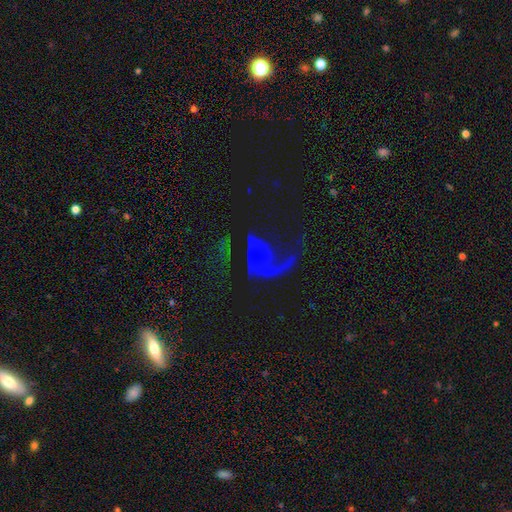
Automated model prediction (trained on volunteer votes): Smooth or featured: featured or disk — 74% (smooth — 13%)
Edge-on disk: no — 97% (yes — 3%)
Bar: no — 63% (weak — 30%)
Spiral arms: yes — 85% (no — 15%)
Spiral winding: loose — 53% (medium — 36%)
Spiral arm count: 2 — 55% (1 — 32%)
Bulge size: small — 43% (moderate — 27%)
Merging: major disturbance — 42% (none — 36%)